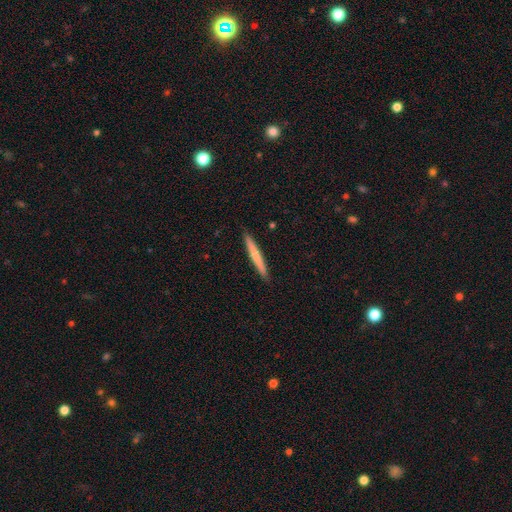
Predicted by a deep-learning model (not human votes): Smooth or featured? smooth (66%)
How rounded? cigar-shaped (97%)
Merging? none (92%)